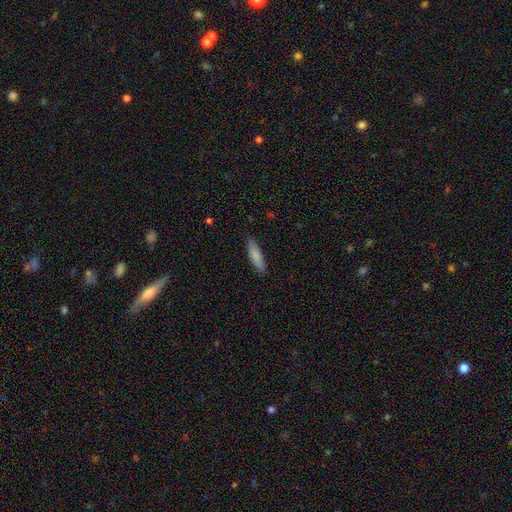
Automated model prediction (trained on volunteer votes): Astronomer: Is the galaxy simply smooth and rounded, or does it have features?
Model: smooth — 85%.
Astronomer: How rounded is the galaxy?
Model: cigar-shaped — 58% (runner-up: in between, 40%).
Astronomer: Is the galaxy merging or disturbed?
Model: none — 87%.